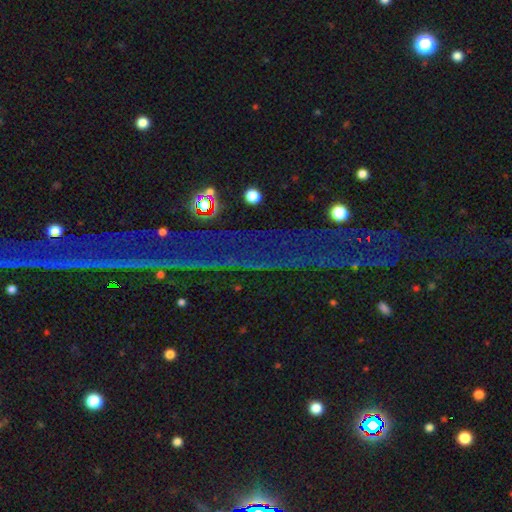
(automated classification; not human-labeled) This appears to be a star or artifact, not a galaxy (82%).